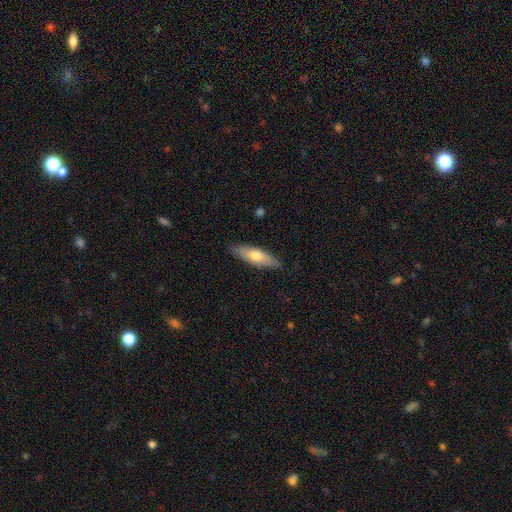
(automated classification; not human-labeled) A smooth galaxy with no disk features (62%) that is cigar-shaped (56%).

Vote fractions:
- Smooth or featured? smooth: 62% / featured or disk: 32% / star or artifact: 6%
- How rounded? cigar-shaped: 56% / in between: 42% / round: 2%
- Merging? none: 86% / minor disturbance: 11% / major disturbance: 2% / merger: 1%